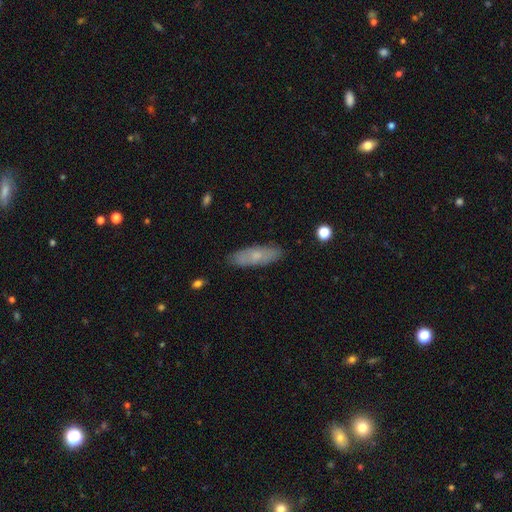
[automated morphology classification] This is likely a smooth galaxy (62%). How rounded: possibly in between (53%). Merging: clearly none (85%).